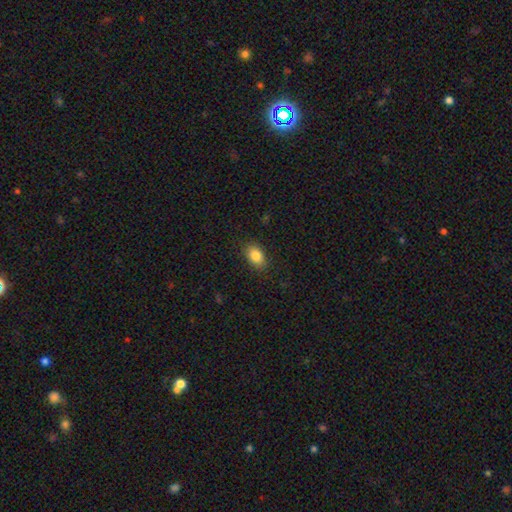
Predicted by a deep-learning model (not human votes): The model was most divided on "how rounded": in between: 85%, round: 13%, cigar-shaped: 2%. More confident: merging — none (87%); smooth or featured — smooth (86%).